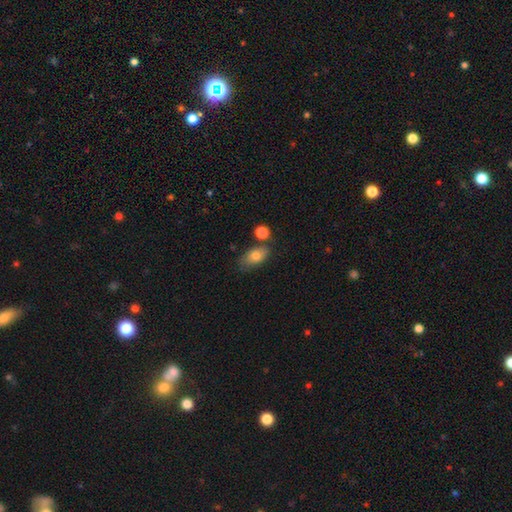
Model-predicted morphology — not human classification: A smooth galaxy with no disk features (78%) that is in between round and cigar-shaped (88%).

Vote fractions:
- Smooth or featured? smooth: 78% / featured or disk: 15% / star or artifact: 8%
- How rounded? in between: 88% / round: 9% / cigar-shaped: 4%
- Merging? none: 61% / minor disturbance: 21% / merger: 13% / major disturbance: 6%